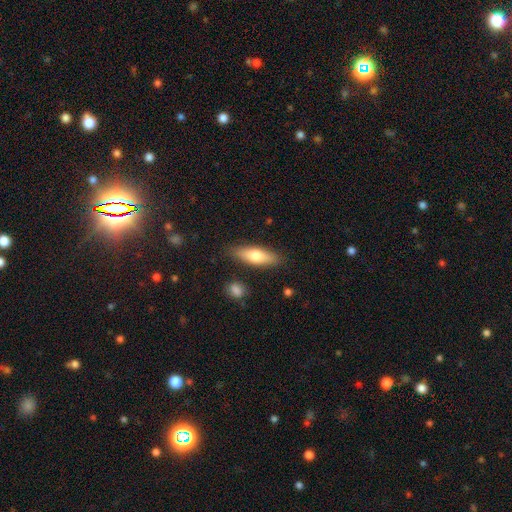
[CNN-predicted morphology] Overall: smooth (70%). How rounded: in between (52%; cigar-shaped 46%). Merging: none (84%).